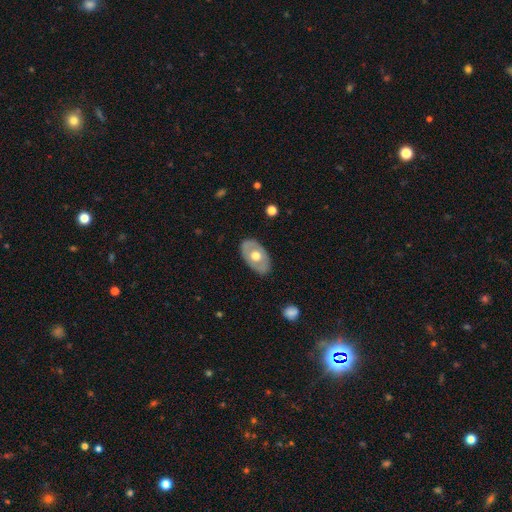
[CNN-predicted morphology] Overall: smooth (48%; featured or disk 47%). Merging: none (83%).